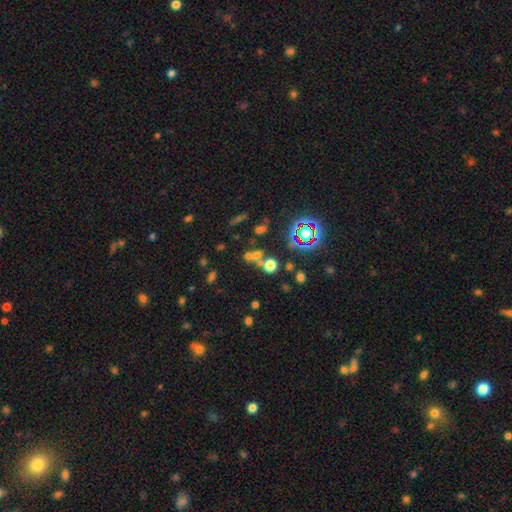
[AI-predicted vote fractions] A smooth galaxy with no disk features (51%) that is round (70%).

Vote fractions:
- Smooth or featured? smooth: 51% / star or artifact: 36% / featured or disk: 13%
- How rounded? round: 70% / in between: 26% / cigar-shaped: 3%
- Merging? none: 47% / merger: 39% / minor disturbance: 9% / major disturbance: 5%